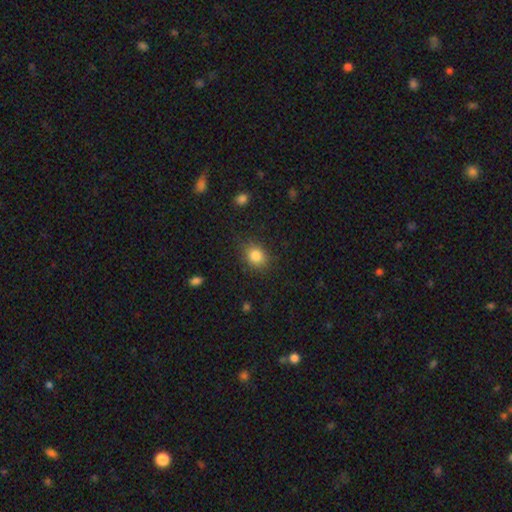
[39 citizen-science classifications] Smooth or featured? smooth (87%)
How rounded? round (50%)
Merging? none (77%)